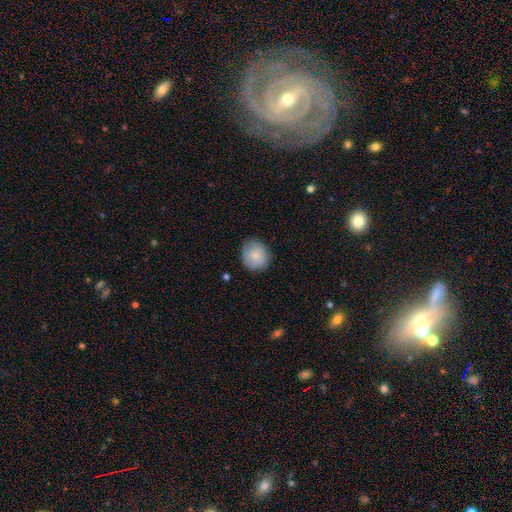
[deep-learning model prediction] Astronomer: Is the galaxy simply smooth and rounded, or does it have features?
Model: smooth — 83%.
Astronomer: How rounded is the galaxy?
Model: round — 80%.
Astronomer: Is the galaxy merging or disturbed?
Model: none — 82%.